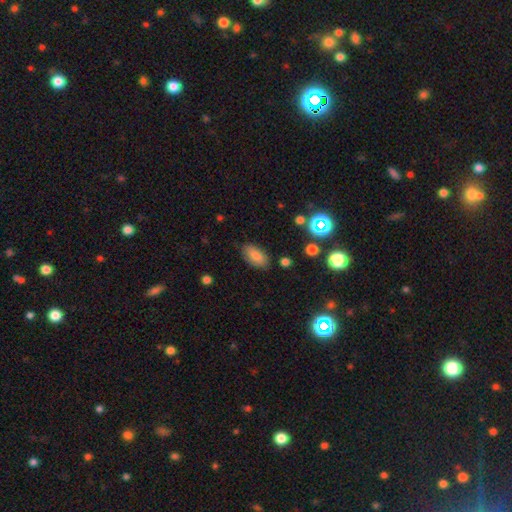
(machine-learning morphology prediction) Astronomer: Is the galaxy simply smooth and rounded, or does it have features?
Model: smooth — 80%.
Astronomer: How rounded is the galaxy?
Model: in between — 91%.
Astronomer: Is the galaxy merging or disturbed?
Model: none — 82%.